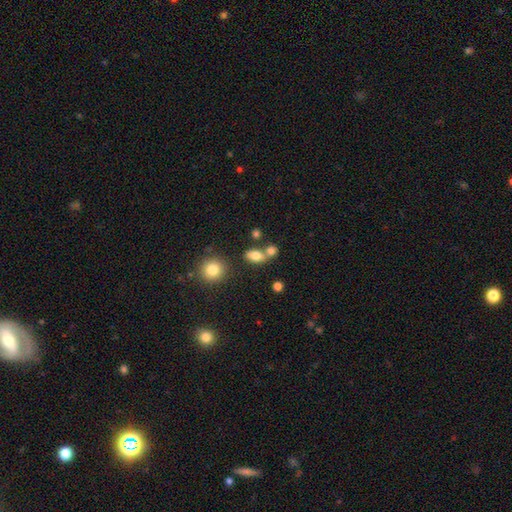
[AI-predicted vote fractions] smooth-or-featured: smooth: 77% | featured or disk: 13% | star or artifact: 10%
  how-rounded: in between: 77% | round: 18% | cigar-shaped: 4%
  merging: none: 49% | merger: 35% | minor disturbance: 11% | major disturbance: 5%